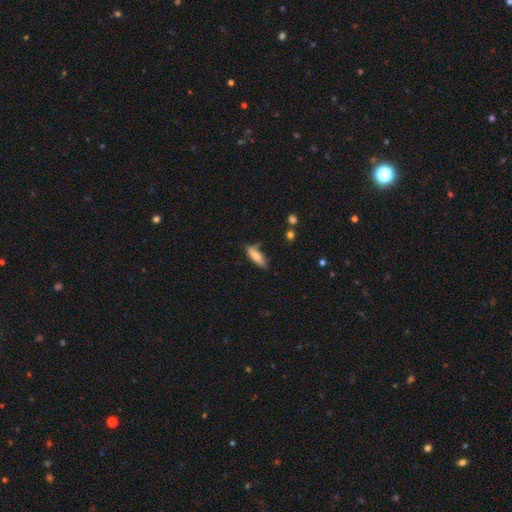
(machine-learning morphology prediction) Smooth or featured? Predicted: smooth (p=0.79). How rounded? Predicted: cigar-shaped (p=0.55). Merging? Predicted: none (p=0.69).